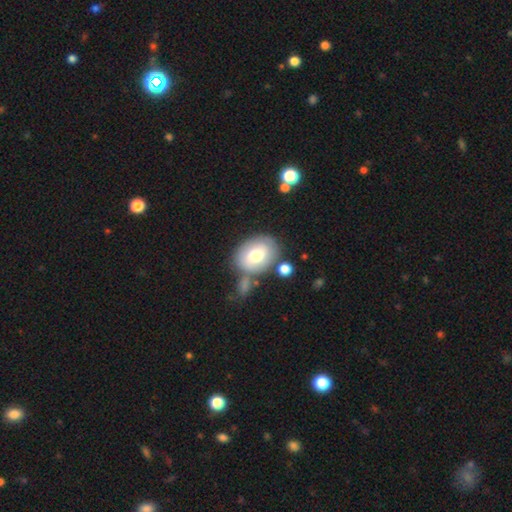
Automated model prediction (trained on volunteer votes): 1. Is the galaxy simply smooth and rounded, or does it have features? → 65% smooth, 28% featured or disk, 7% star or artifact.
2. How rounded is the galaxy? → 67% in between, 32% round, 1% cigar-shaped.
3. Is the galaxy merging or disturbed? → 59% none, 19% minor disturbance, 15% merger, 8% major disturbance.